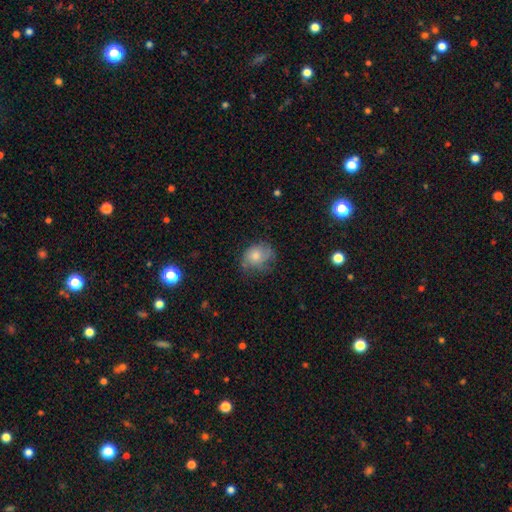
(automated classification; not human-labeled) Q: Smooth or featured?
A: smooth (55%); runner-up: featured or disk (34%)
Q: How rounded?
A: round (55%); runner-up: in between (44%)
Q: Merging?
A: none (57%); runner-up: minor disturbance (29%)